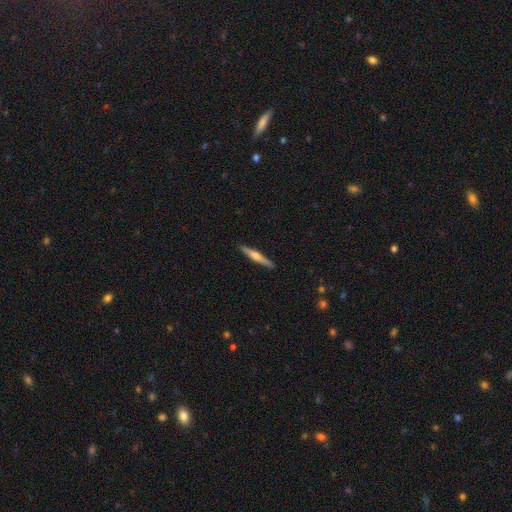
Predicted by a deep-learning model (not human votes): featured or disk 58%, smooth 37%, star or artifact 5%. Down the decision tree: edge-on disk — yes (97%); edge-on bulge — rounded (84%); merging — none (92%).